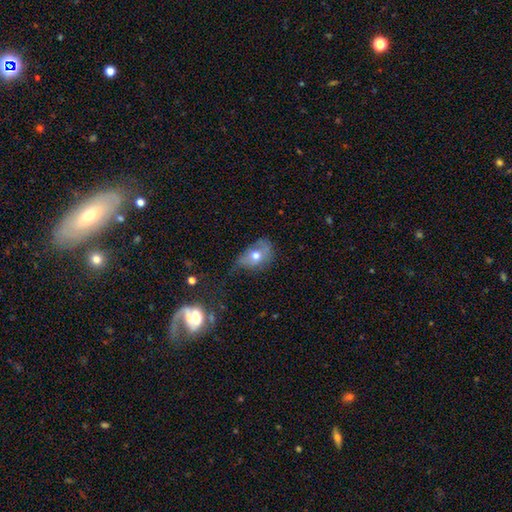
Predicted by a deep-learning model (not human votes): smooth-or-featured: smooth: 61% | featured or disk: 29% | star or artifact: 10%
  how-rounded: in between: 74% | round: 24% | cigar-shaped: 2%
  merging: minor disturbance: 37% | major disturbance: 30% | none: 30% | merger: 4%